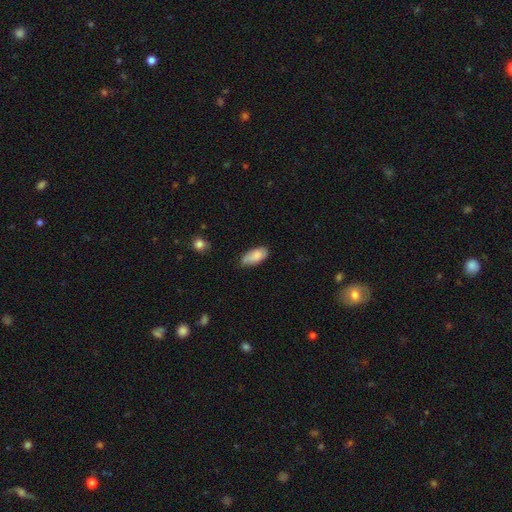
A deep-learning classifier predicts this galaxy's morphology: smooth_or_featured: smooth (p=0.83) [alt: featured or disk p=0.11]
how_rounded: in between (p=0.89) [alt: cigar-shaped p=0.09]
merging: none (p=0.61) [alt: minor disturbance p=0.31]